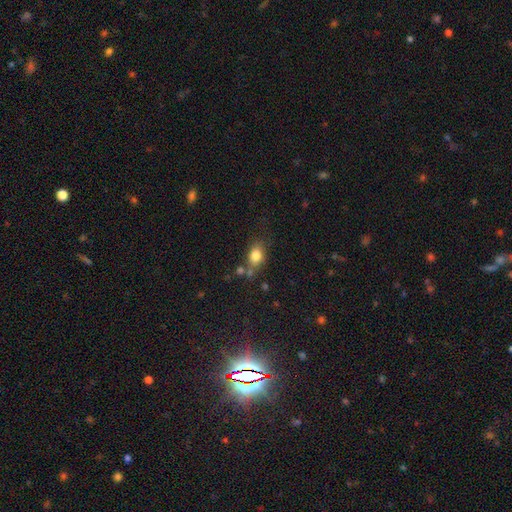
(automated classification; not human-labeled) Morphology: type=smooth (81%); roundness=in between (70%); merging=none (60%).